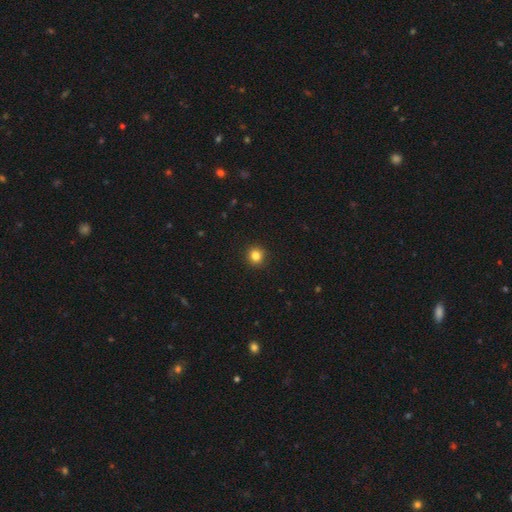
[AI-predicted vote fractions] Smooth or featured: smooth — 83% (star or artifact — 12%)
How rounded: round — 90% (in between — 9%)
Merging: none — 93% (minor disturbance — 5%)